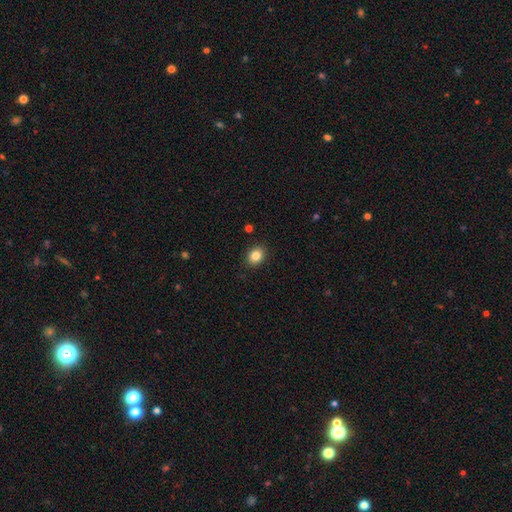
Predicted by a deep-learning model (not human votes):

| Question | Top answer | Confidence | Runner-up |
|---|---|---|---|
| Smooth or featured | smooth | 85% | star or artifact (10%) |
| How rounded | in between | 50% | round (49%) |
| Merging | none | 90% | minor disturbance (7%) |